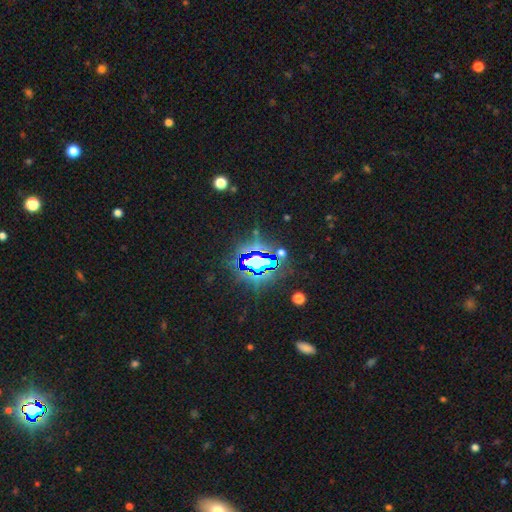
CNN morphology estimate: Smooth or featured: star or artifact — 82% (smooth — 10%)